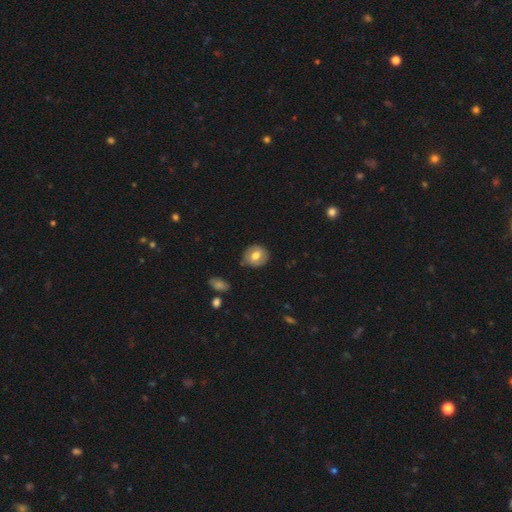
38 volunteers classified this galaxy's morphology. Smooth or featured?
  - smooth: 61% *
  - featured or disk: 29%
  - star or artifact: 11%
How rounded?
  - round: 78% *
  - in between: 22%
  - cigar-shaped: 0%
Merging?
  - none: 79% *
  - minor disturbance: 18%
  - merger: 3%
  - major disturbance: 0%